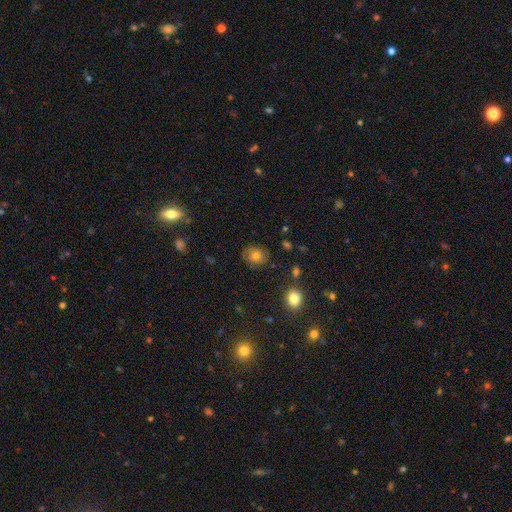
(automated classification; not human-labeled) This appears to be a smooth galaxy with no disk features (65%) that is round (64%). Merging: none (78%).